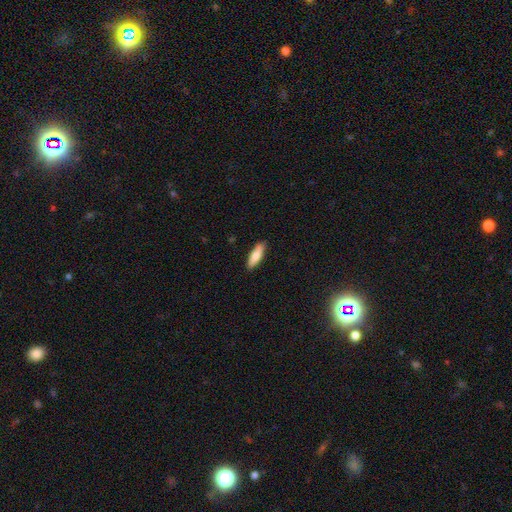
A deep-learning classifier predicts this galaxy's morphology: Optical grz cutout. It shows a smooth galaxy with no disk features (78%) that is cigar-shaped (58%). Merging: none (87%).